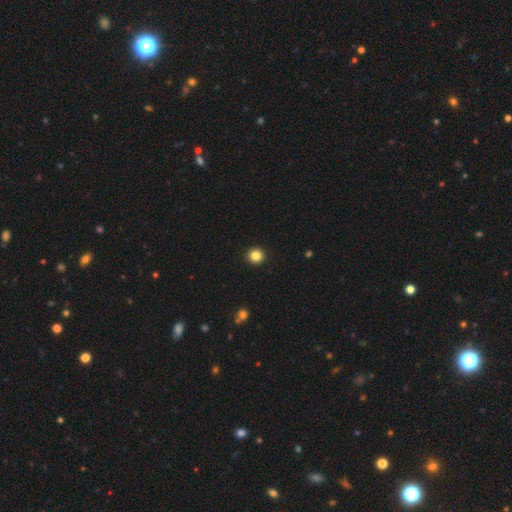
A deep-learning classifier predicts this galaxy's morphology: smooth_or_featured: smooth (p=0.84) [alt: star or artifact p=0.11]
how_rounded: round (p=0.94) [alt: in between p=0.05]
merging: none (p=0.94) [alt: minor disturbance p=0.04]